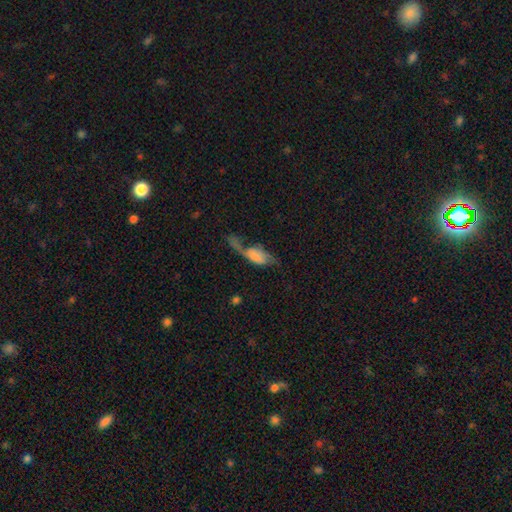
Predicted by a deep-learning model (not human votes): A featured or disk galaxy (50%). Merging: major disturbance (42%).